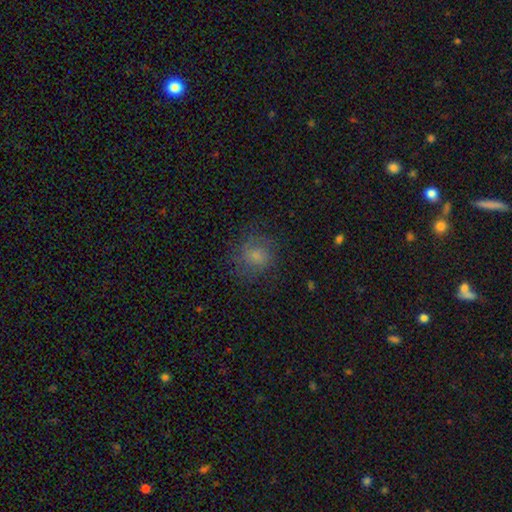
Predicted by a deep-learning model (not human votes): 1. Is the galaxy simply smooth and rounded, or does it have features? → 65% smooth, 19% featured or disk, 16% star or artifact.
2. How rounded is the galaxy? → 81% round, 18% in between, 1% cigar-shaped.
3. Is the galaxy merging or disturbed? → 75% none, 15% minor disturbance, 9% major disturbance, 1% merger.